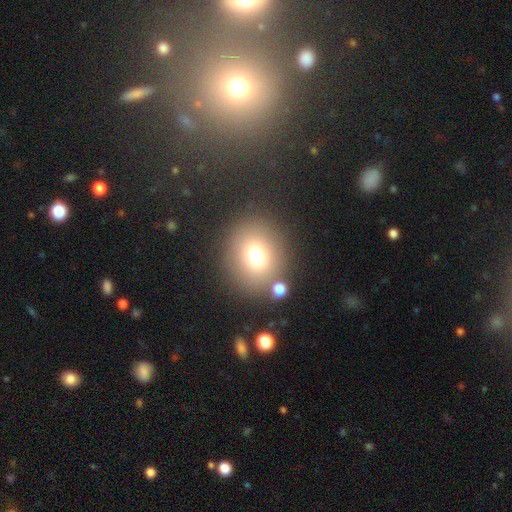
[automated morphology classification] type=smooth (73%); roundness=round (78%); merging=none (79%).